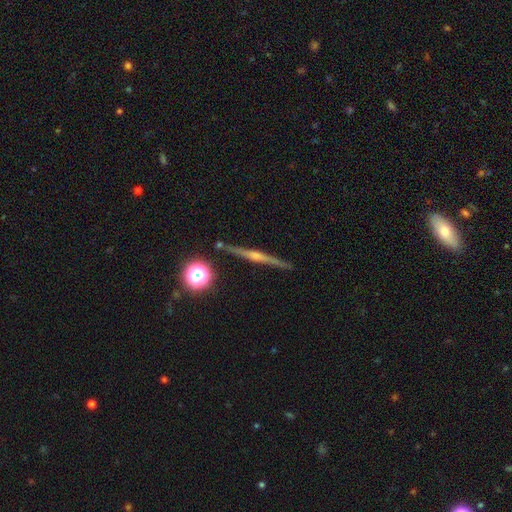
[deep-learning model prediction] Smooth or featured? featured or disk (76%)
Edge-on disk? yes (98%)
Edge-on bulge? rounded (79%)
Merging? none (90%)